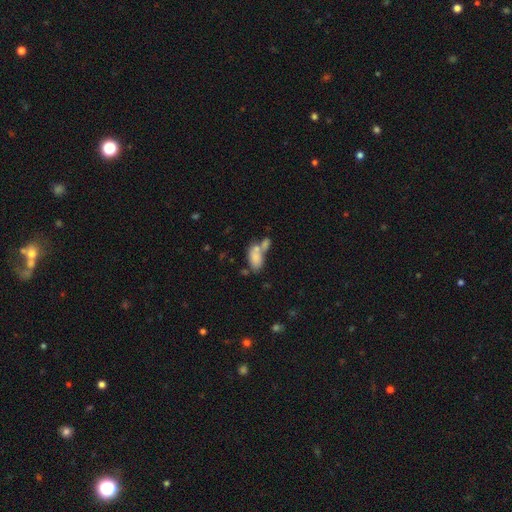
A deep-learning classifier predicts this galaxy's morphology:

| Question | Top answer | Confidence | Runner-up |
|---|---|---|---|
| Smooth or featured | smooth | 75% | featured or disk (16%) |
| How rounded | in between | 88% | cigar-shaped (7%) |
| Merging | merger | 52% | none (30%) |